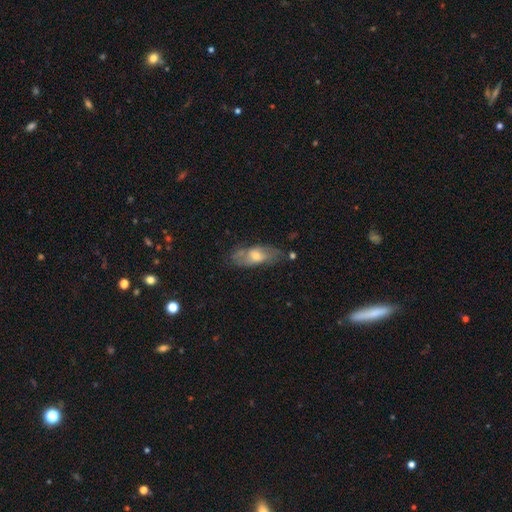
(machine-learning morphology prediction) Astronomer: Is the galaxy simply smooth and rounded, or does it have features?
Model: featured or disk — 49% (runner-up: smooth, 42%).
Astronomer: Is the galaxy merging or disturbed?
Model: none — 63%.